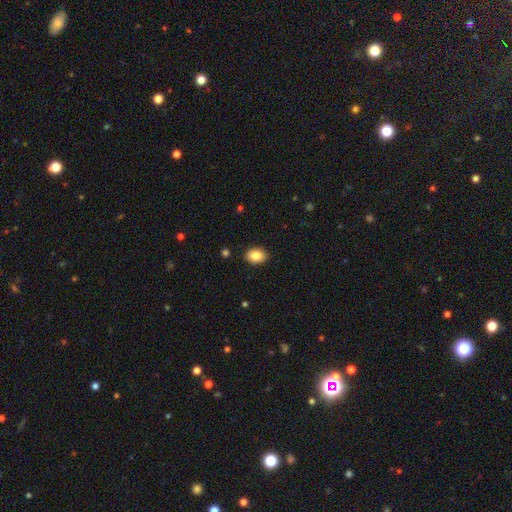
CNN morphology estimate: Overall: smooth (86%). How rounded: in between (72%). Merging: none (90%).